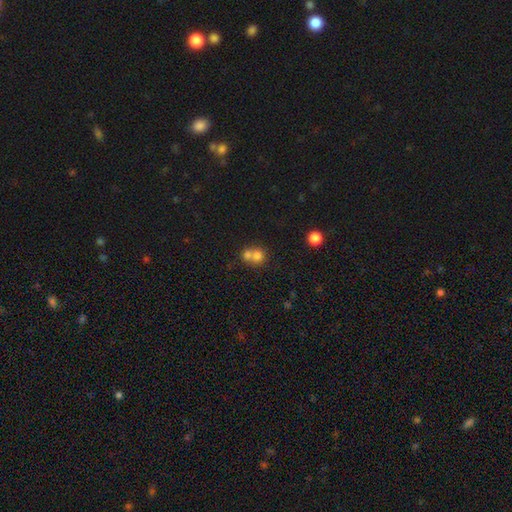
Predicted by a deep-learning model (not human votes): Overall: smooth (72%). How rounded: round (81%). Merging: merger (60%; none 32%).